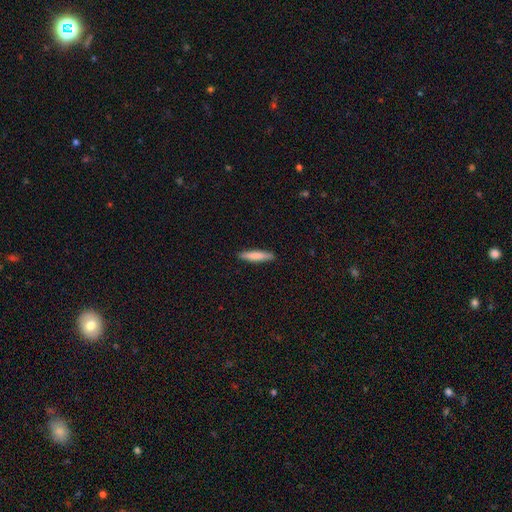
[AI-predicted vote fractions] The model was most divided on "smooth or featured": smooth: 80%, featured or disk: 15%, star or artifact: 5%. More confident: merging — none (90%); how rounded — cigar-shaped (86%).